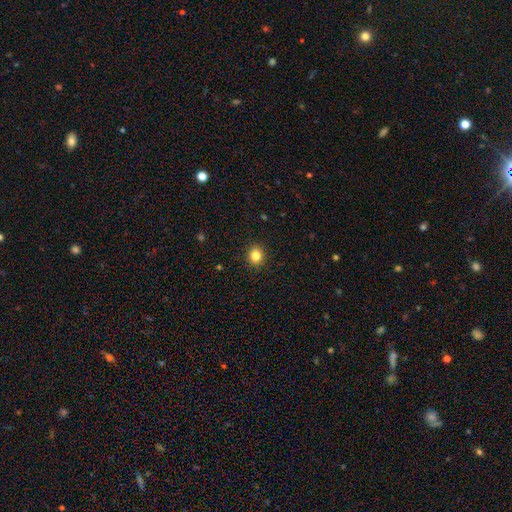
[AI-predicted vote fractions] Overall: smooth (83%). How rounded: round (82%). Merging: none (91%).